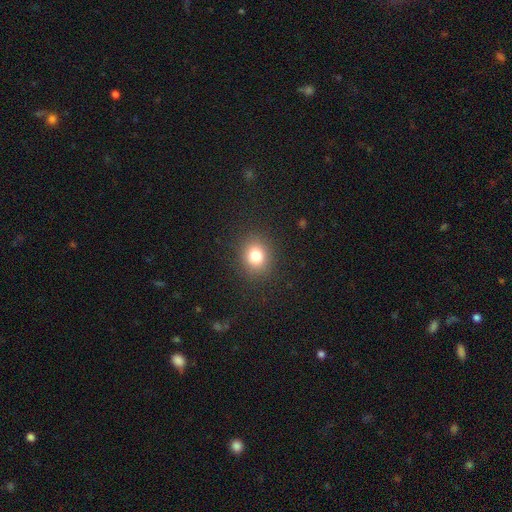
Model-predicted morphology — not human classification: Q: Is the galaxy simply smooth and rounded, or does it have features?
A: smooth — 79%.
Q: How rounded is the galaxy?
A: round — 67%.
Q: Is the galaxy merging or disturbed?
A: none — 88%.